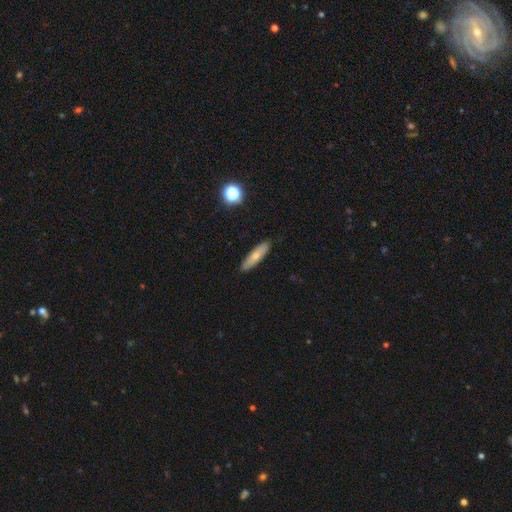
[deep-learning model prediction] Smooth or featured: smooth — 64% (featured or disk — 29%)
How rounded: cigar-shaped — 68% (in between — 29%)
Merging: none — 88% (minor disturbance — 9%)